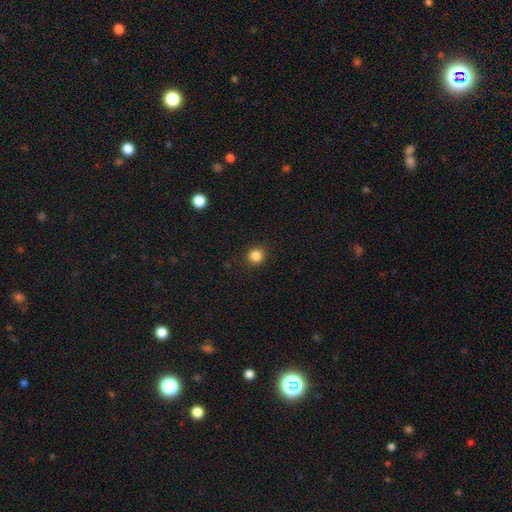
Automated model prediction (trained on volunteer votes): A smooth galaxy with no disk features (85%) that is round (92%). Merging: none (91%).